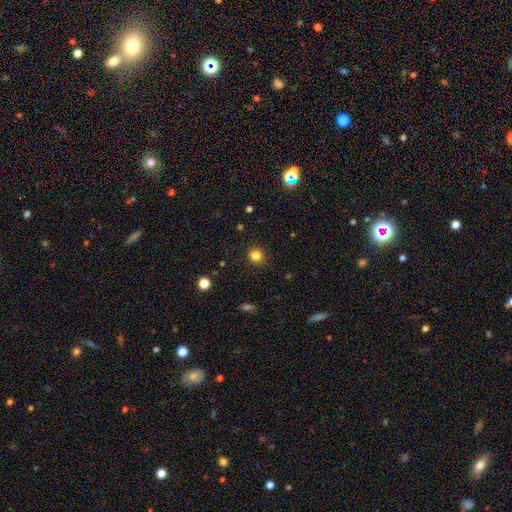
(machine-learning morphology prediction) Smooth or featured? smooth (82%)
How rounded? round (90%)
Merging? none (90%)